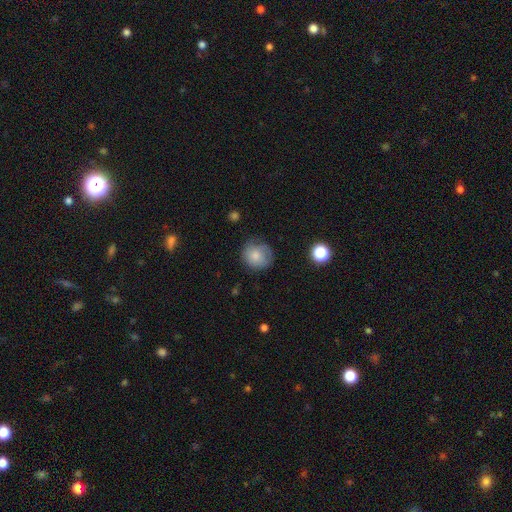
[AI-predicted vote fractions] Smooth or featured? Predicted: smooth (p=0.77). How rounded? Predicted: round (p=0.86). Merging? Predicted: none (p=0.66).